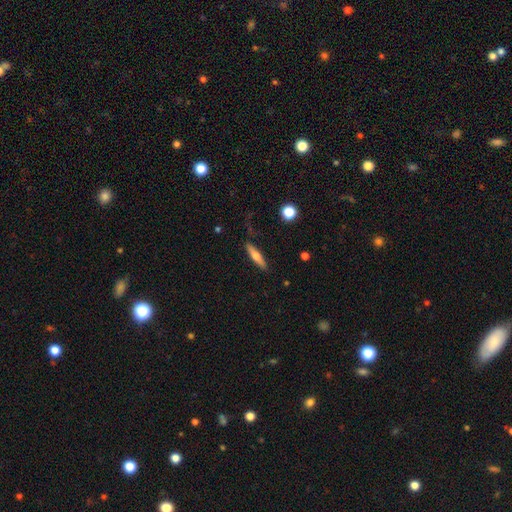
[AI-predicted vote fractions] Overall: smooth (51%; featured or disk 43%). How rounded: cigar-shaped (83%). Merging: none (85%).